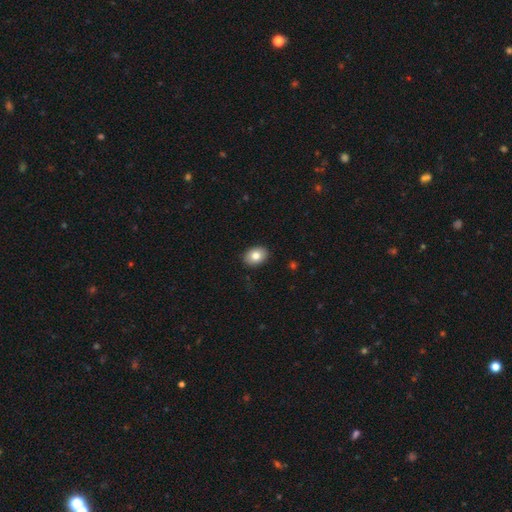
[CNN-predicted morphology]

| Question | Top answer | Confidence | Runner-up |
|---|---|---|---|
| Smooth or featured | smooth | 82% | featured or disk (10%) |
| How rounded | in between | 74% | round (25%) |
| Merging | none | 90% | minor disturbance (8%) |